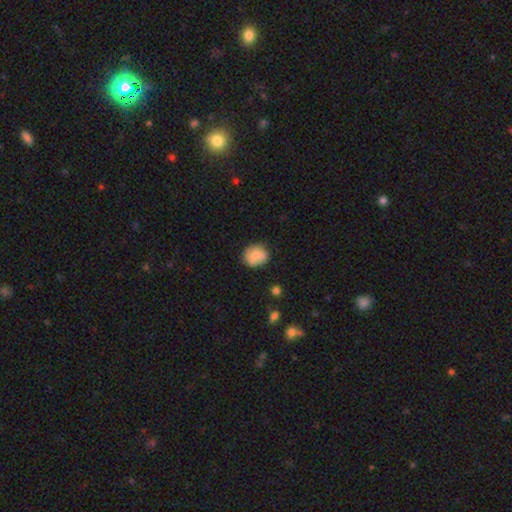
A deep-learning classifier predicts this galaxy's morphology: smooth_or_featured: smooth (p=0.75) [alt: featured or disk p=0.17]
how_rounded: round (p=0.73) [alt: in between p=0.26]
merging: none (p=0.75) [alt: minor disturbance p=0.19]